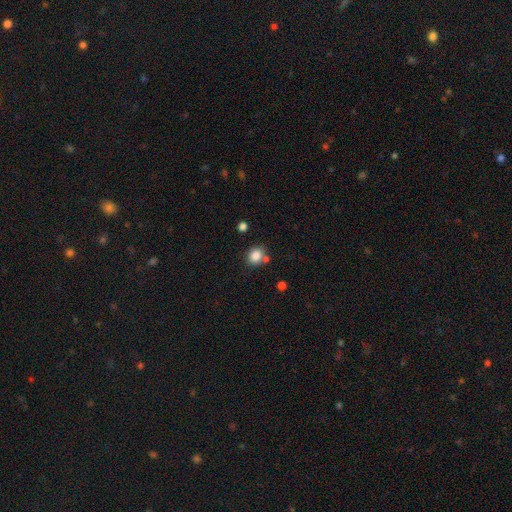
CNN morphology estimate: Q: Smooth or featured?
A: smooth (84%); runner-up: star or artifact (10%)
Q: How rounded?
A: round (68%); runner-up: in between (31%)
Q: Merging?
A: none (67%); runner-up: merger (15%)